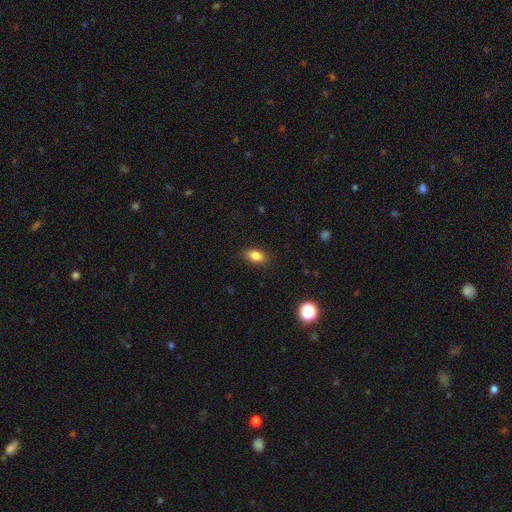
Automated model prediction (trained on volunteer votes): Q: Smooth or featured?
A: smooth (84%); runner-up: star or artifact (9%)
Q: How rounded?
A: in between (87%); runner-up: round (10%)
Q: Merging?
A: none (88%); runner-up: minor disturbance (9%)